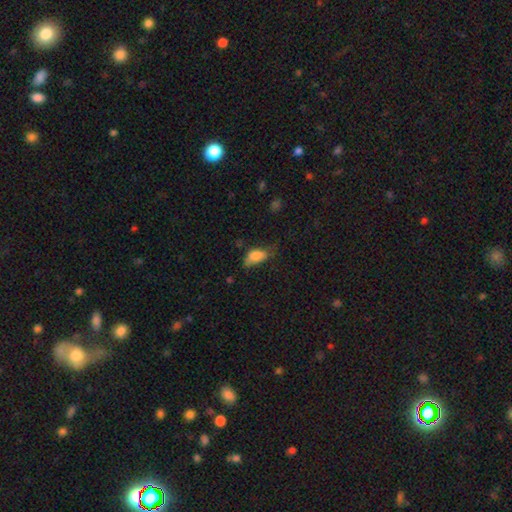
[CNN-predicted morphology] This is clearly a smooth galaxy (80%). How rounded: clearly in between (88%). Merging: marginally none (41%).